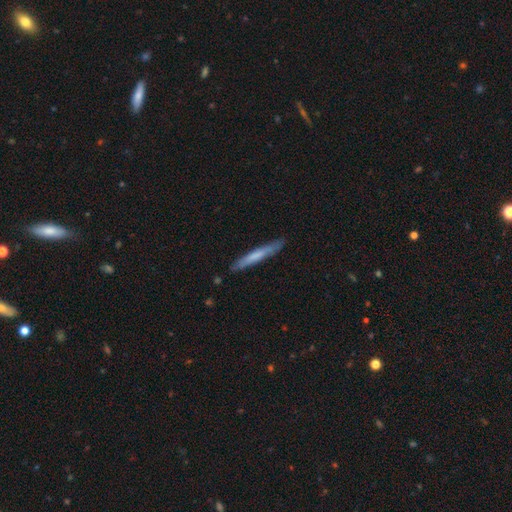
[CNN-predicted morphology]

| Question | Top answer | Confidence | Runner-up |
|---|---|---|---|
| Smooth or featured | smooth | 61% | featured or disk (33%) |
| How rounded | cigar-shaped | 95% | in between (3%) |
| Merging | none | 86% | minor disturbance (11%) |